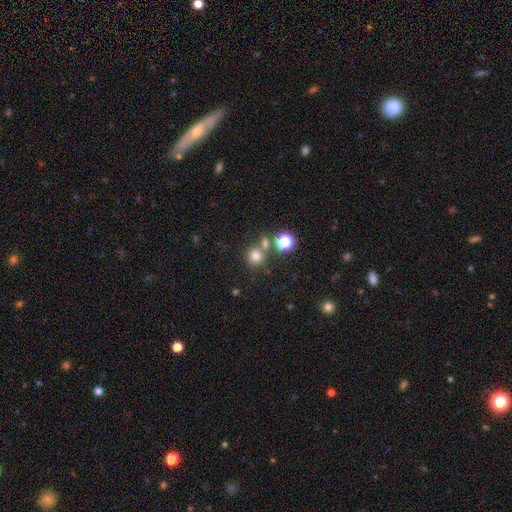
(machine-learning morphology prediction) type=smooth (74%); roundness=round (90%); merging=none (65%).